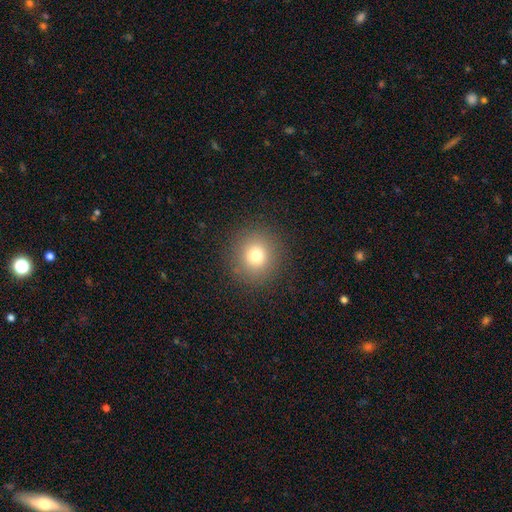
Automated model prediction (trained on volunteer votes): A smooth galaxy with no disk features (76%) that is round (91%). Merging: none (90%).